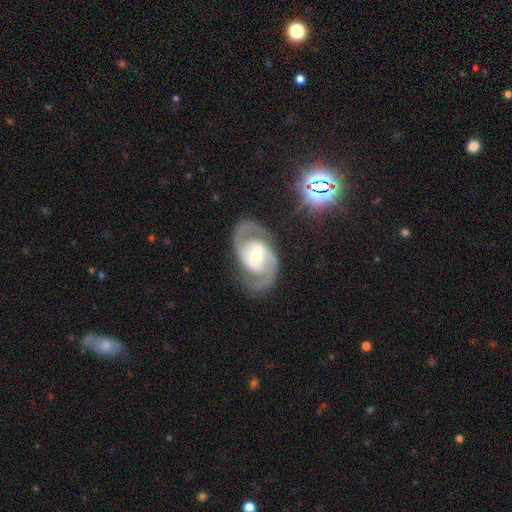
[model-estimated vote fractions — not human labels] Smooth or featured?
  - featured or disk: 91% *
  - smooth: 5%
  - star or artifact: 4%
Edge-on disk?
  - no: 98% *
  - yes: 2%
Bar?
  - weak: 41% *
  - no: 40%
  - strong: 19%
Spiral arms?
  - yes: 97% *
  - no: 3%
Spiral winding?
  - medium: 54% *
  - tight: 34%
  - loose: 12%
Spiral arm count?
  - 2: 93% *
  - can't tell: 2%
  - 3: 1%
  - 1: 1%
  - 4: 1%
  - more than 4: 1%
Bulge size?
  - moderate: 60% *
  - small: 27%
  - large: 9%
  - none: 2%
  - dominant: 1%
Merging?
  - none: 80% *
  - minor disturbance: 12%
  - major disturbance: 6%
  - merger: 2%